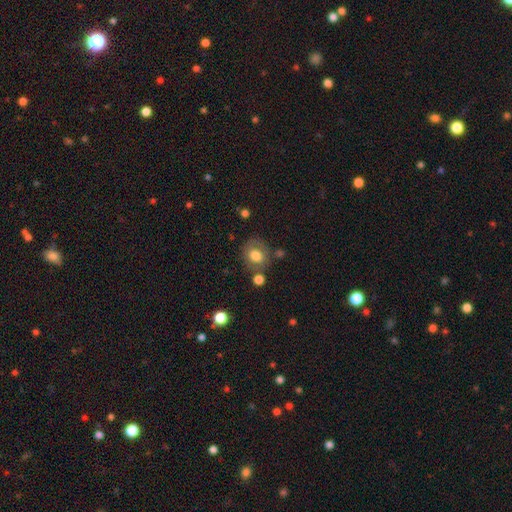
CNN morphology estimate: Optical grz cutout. It shows a smooth galaxy with no disk features (72%) that is round (68%). Merging: none (66%).